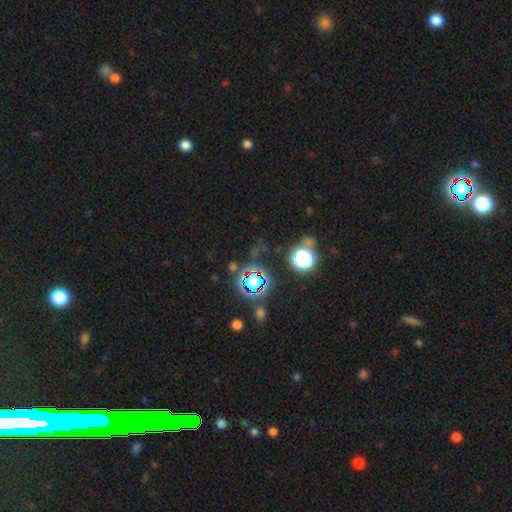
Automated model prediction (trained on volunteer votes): A star or artifact, not a galaxy (79%).